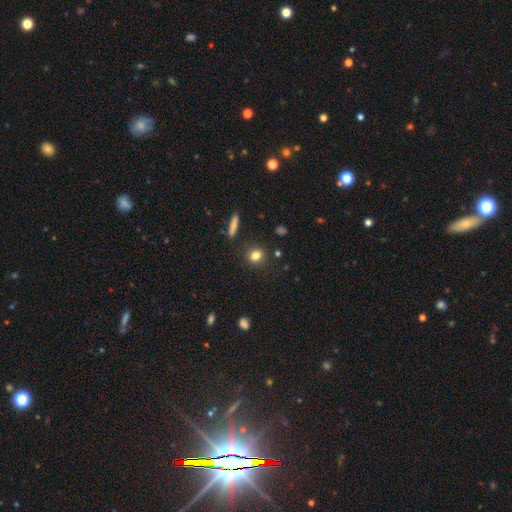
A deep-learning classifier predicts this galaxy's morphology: A smooth galaxy with no disk features (81%) that is round (76%). Merging: none (87%).